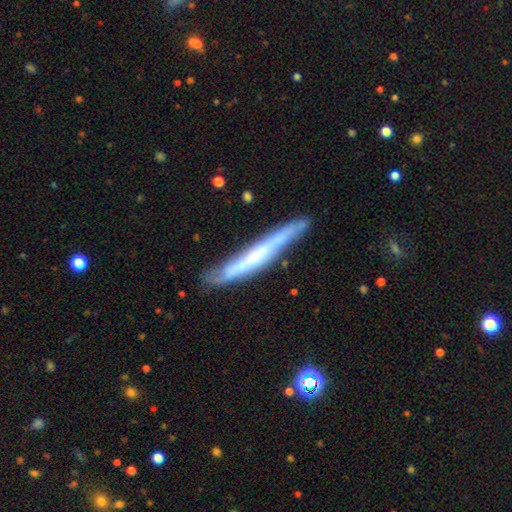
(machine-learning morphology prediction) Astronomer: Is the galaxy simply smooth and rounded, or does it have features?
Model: featured or disk — 59% (runner-up: smooth, 34%).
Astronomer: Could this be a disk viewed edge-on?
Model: yes — 83%.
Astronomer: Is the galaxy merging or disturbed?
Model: none — 75%.